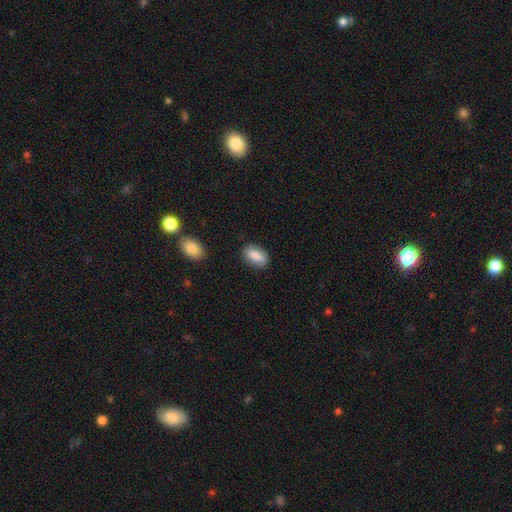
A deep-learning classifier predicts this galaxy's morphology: smooth-or-featured: smooth: 85% | featured or disk: 9% | star or artifact: 7%
  how-rounded: in between: 90% | round: 5% | cigar-shaped: 4%
  merging: none: 84% | minor disturbance: 12% | major disturbance: 3% | merger: 2%